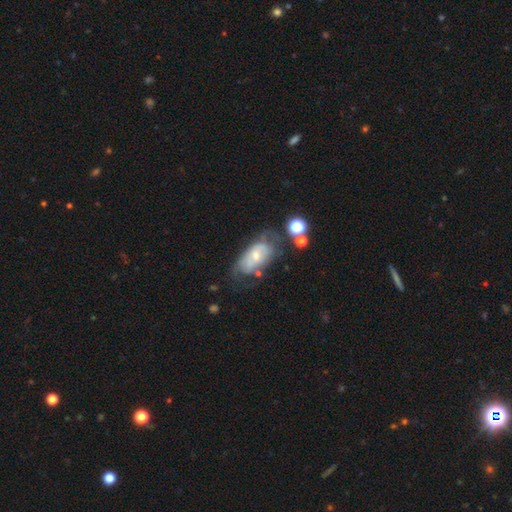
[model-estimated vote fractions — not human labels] featured or disk 53%, smooth 38%, star or artifact 9%. Down the decision tree: edge-on disk — no (91%); merging — none (39%).